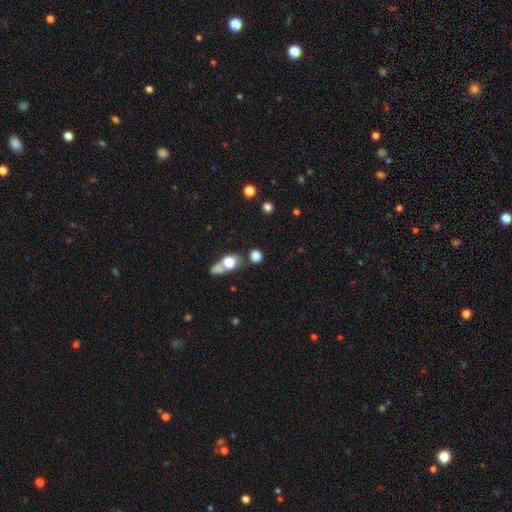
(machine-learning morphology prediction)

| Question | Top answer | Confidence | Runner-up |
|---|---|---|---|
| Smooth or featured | smooth | 78% | star or artifact (13%) |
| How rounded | round | 74% | in between (23%) |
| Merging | none | 59% | merger (23%) |